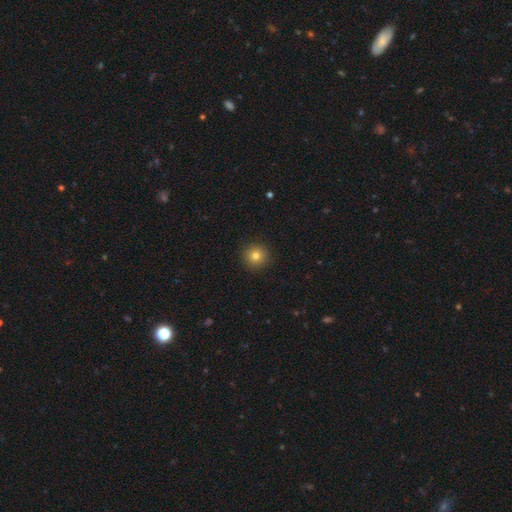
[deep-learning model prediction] A smooth galaxy with no disk features (81%) that is round (95%).

Vote fractions:
- Smooth or featured? smooth: 81% / star or artifact: 12% / featured or disk: 7%
- How rounded? round: 95% / in between: 4% / cigar-shaped: 1%
- Merging? none: 92% / minor disturbance: 5% / major disturbance: 2% / merger: 1%